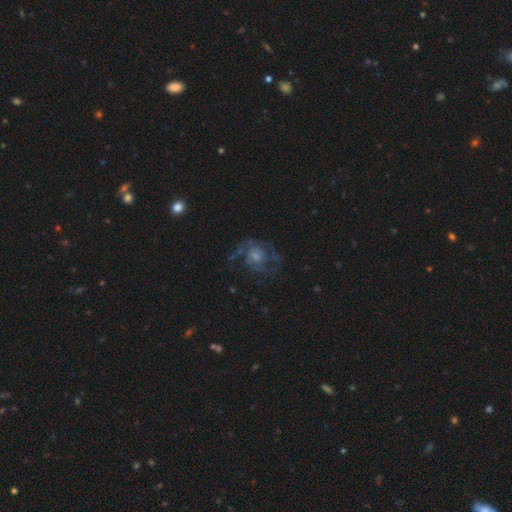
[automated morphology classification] A featured or disk galaxy (74%) with no bar (74%), 2 (54%) medium (49%) spiral arms (90%) and a small central bulge (45%).

Vote fractions:
- Smooth or featured? featured or disk: 74% / smooth: 13% / star or artifact: 13%
- Edge-on disk? no: 98% / yes: 2%
- Bar? no: 74% / weak: 22% / strong: 4%
- Spiral arms? yes: 90% / no: 10%
- Spiral winding? medium: 49% / tight: 29% / loose: 22%
- Spiral arm count? 2: 54% / can't tell: 19% / 3: 14% / 1: 5% / 4: 4% / more than 4: 4%
- Bulge size? small: 45% / moderate: 38% / none: 8% / large: 8% / dominant: 2%
- Merging? none: 65% / major disturbance: 17% / minor disturbance: 16% / merger: 2%